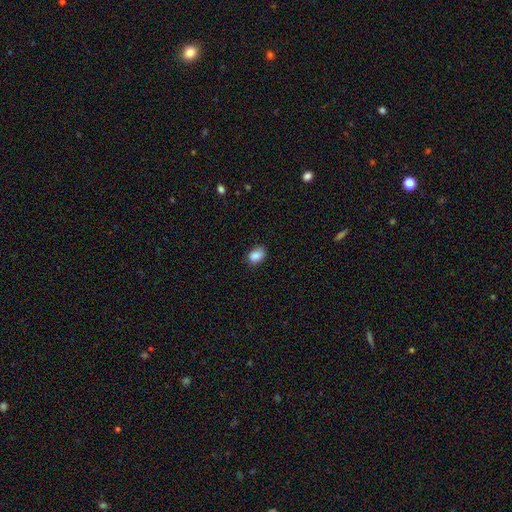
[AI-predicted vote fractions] smooth 88%, star or artifact 9%, featured or disk 4%. Down the decision tree: how rounded — in between (76%); merging — none (76%).